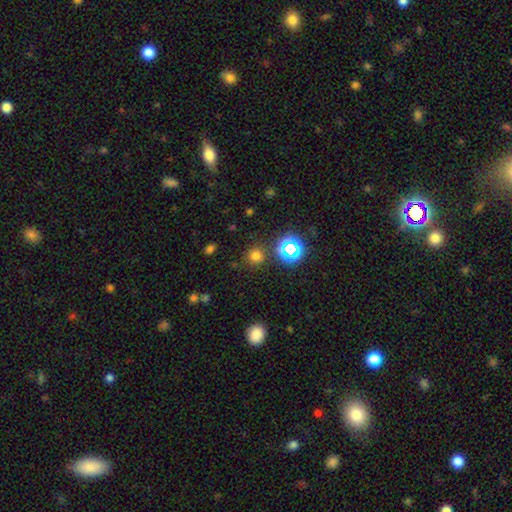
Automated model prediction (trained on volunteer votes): smooth 69%, star or artifact 25%, featured or disk 6%. Down the decision tree: how rounded — round (92%); merging — none (83%).